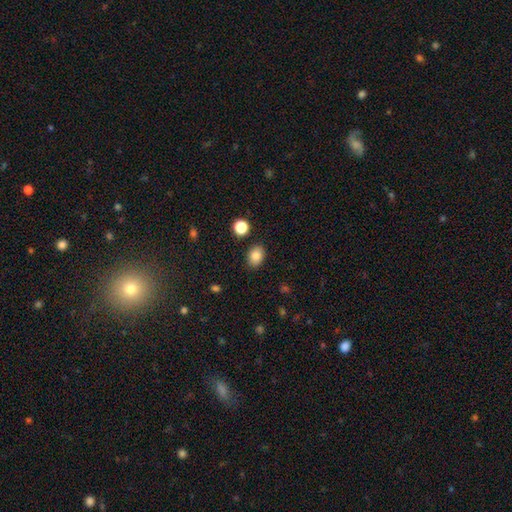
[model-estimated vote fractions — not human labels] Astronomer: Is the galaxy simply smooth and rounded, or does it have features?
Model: smooth — 84%.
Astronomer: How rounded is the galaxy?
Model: in between — 68%.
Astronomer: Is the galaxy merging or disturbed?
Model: none — 86%.